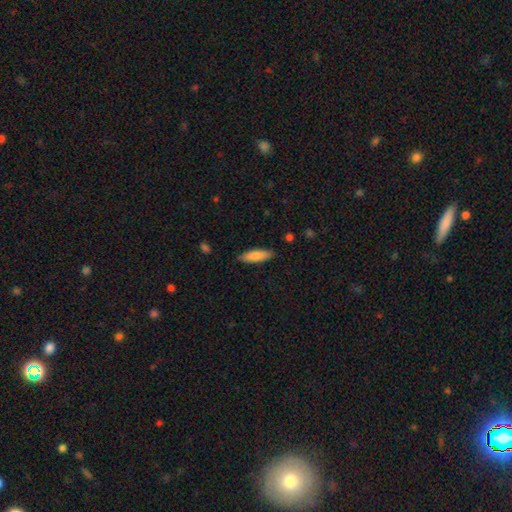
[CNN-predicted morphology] type=smooth (83%); roundness=cigar-shaped (52%); merging=none (86%).